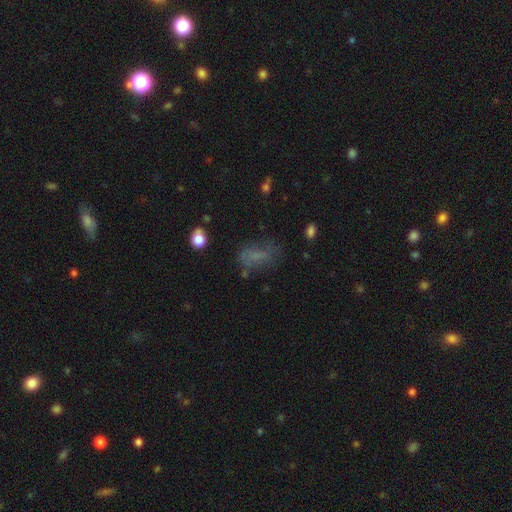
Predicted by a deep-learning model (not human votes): smooth-or-featured: smooth: 55% | featured or disk: 26% | star or artifact: 19%
  how-rounded: in between: 80% | cigar-shaped: 10% | round: 9%
  merging: none: 52% | minor disturbance: 24% | major disturbance: 20% | merger: 4%